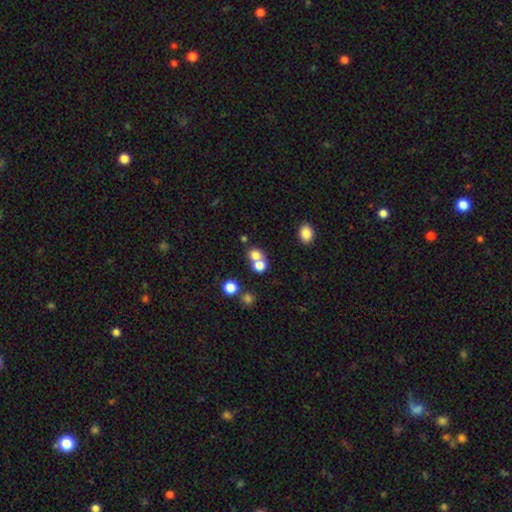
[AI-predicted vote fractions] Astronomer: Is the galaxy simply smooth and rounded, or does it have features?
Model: smooth — 74%.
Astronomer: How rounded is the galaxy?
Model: round — 75%.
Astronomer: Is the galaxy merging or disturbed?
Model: merger — 47% (runner-up: none, 43%).